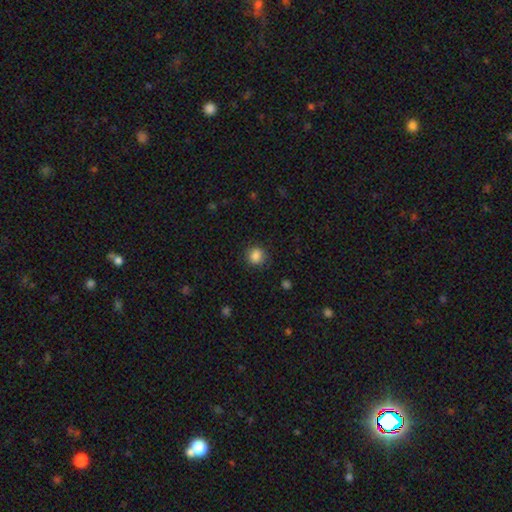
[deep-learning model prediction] smooth 86%, star or artifact 10%, featured or disk 4%. Down the decision tree: how rounded — round (85%); merging — none (84%).